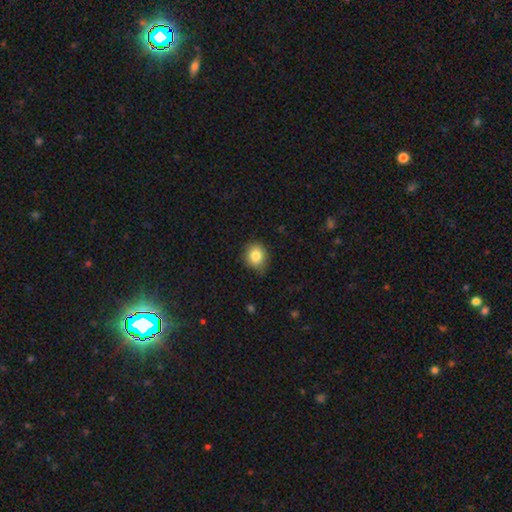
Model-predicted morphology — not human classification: This appears to be a smooth galaxy with no disk features (83%) that is round (74%). Merging: none (75%).